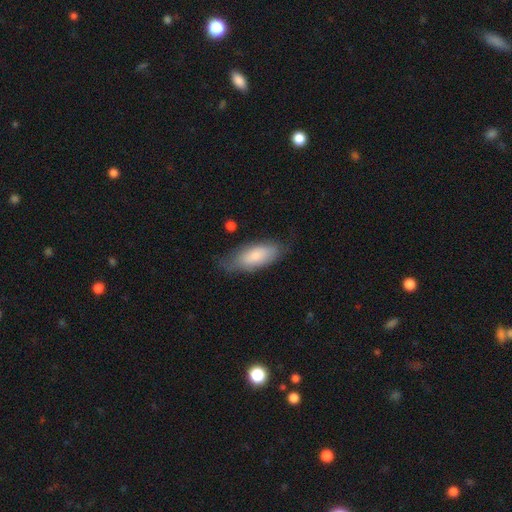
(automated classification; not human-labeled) This is likely a smooth galaxy (77%). How rounded: clearly in between (83%). Merging: likely none (64%).